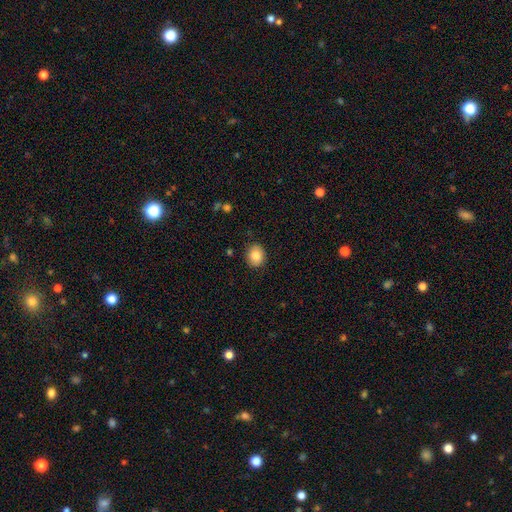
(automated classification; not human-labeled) Smooth or featured? smooth (85%)
How rounded? round (67%)
Merging? none (88%)